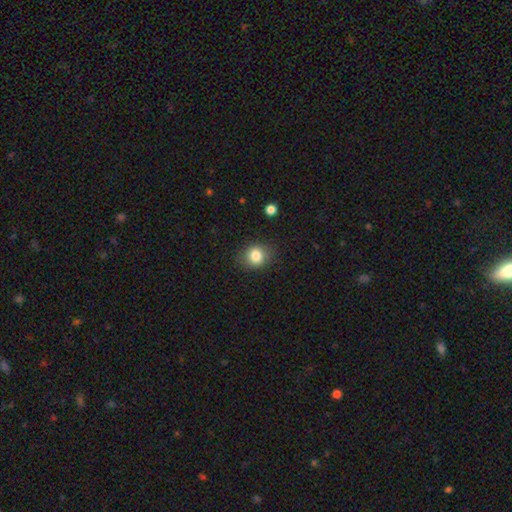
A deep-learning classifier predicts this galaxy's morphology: type=smooth (82%); roundness=round (66%); merging=none (83%).